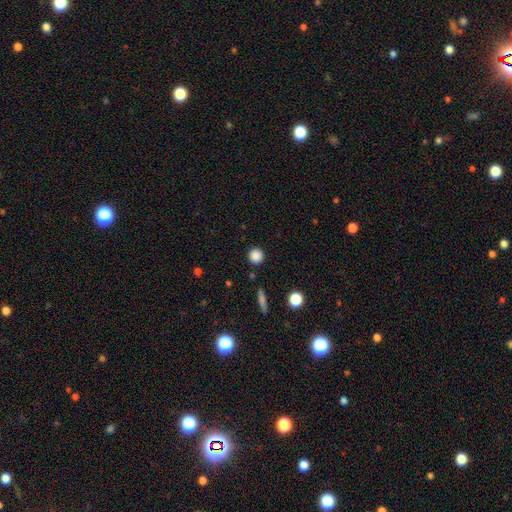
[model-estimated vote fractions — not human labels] Q: Smooth or featured?
A: smooth (86%); runner-up: star or artifact (10%)
Q: How rounded?
A: round (94%); runner-up: in between (5%)
Q: Merging?
A: none (90%); runner-up: minor disturbance (6%)